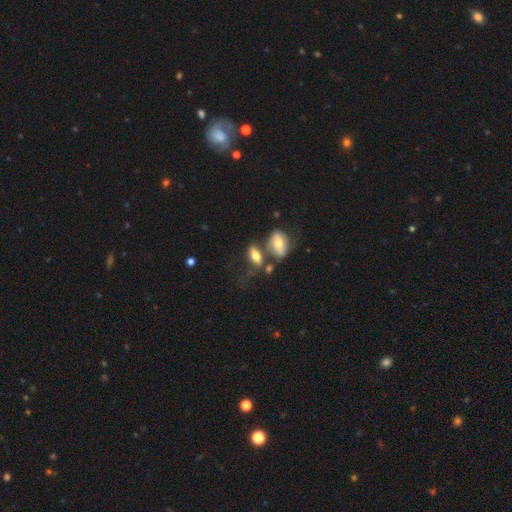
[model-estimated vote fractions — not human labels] Q: Smooth or featured?
A: smooth (68%); runner-up: featured or disk (24%)
Q: How rounded?
A: in between (82%); runner-up: cigar-shaped (12%)
Q: Merging?
A: none (39%); runner-up: merger (32%)